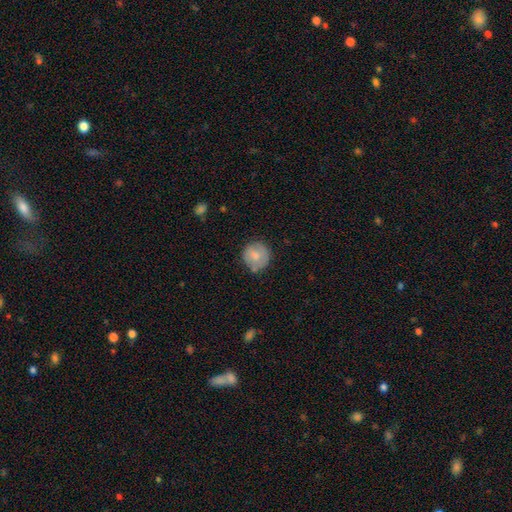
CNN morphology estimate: smooth_or_featured: smooth (p=0.72) [alt: featured or disk p=0.21]
how_rounded: round (p=0.89) [alt: in between p=0.10]
merging: none (p=0.71) [alt: minor disturbance p=0.22]